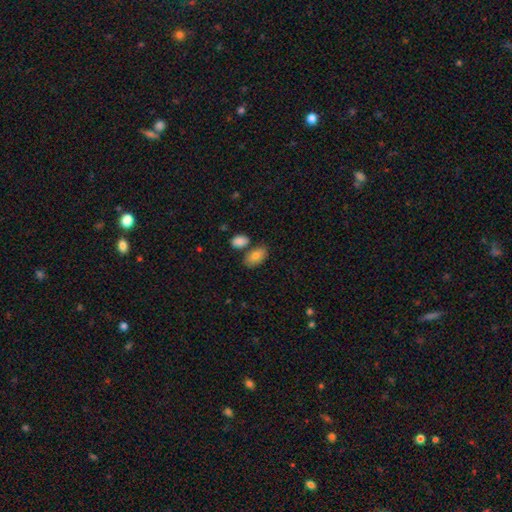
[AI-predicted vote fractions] Q: Smooth or featured?
A: smooth (84%); runner-up: featured or disk (9%)
Q: How rounded?
A: in between (92%); runner-up: round (6%)
Q: Merging?
A: none (67%); runner-up: merger (16%)